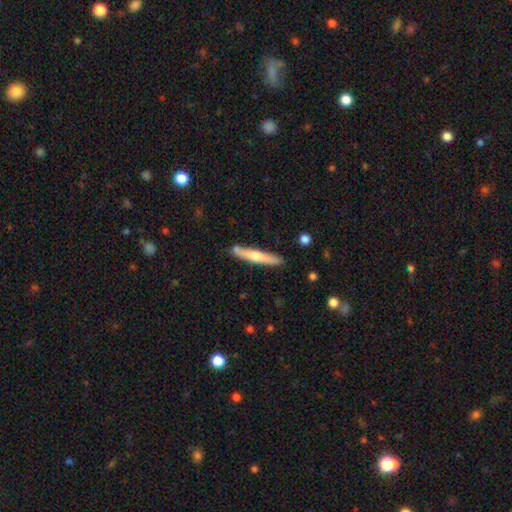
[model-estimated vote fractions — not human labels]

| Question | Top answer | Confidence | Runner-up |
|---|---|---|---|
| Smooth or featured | smooth | 48% | featured or disk (47%) |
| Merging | none | 84% | minor disturbance (11%) |